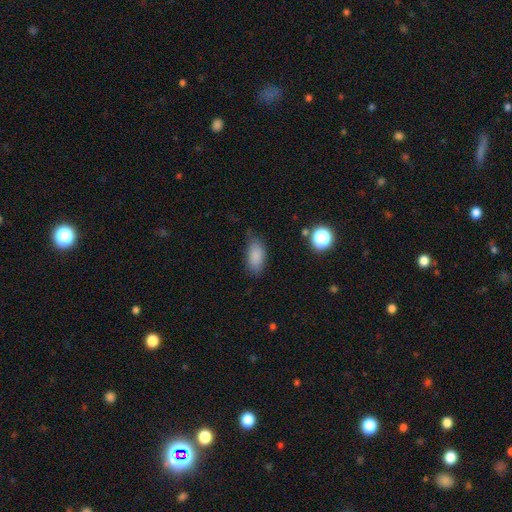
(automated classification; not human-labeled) Q: Smooth or featured?
A: smooth (85%); runner-up: star or artifact (9%)
Q: How rounded?
A: in between (90%); runner-up: cigar-shaped (6%)
Q: Merging?
A: none (68%); runner-up: minor disturbance (24%)